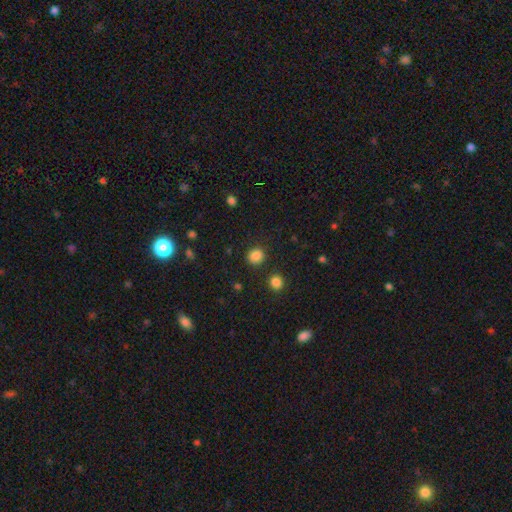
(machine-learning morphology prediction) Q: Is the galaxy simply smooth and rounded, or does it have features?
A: smooth — 85%.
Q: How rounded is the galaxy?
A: round — 81%.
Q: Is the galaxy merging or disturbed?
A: none — 86%.